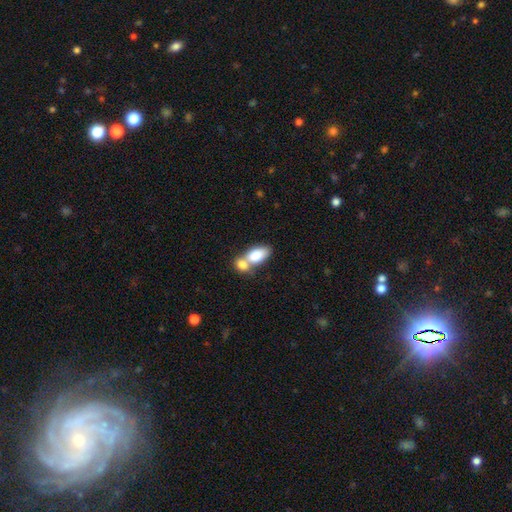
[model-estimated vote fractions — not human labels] Overall: smooth (78%). How rounded: in between (89%). Merging: merger (64%; none 25%).